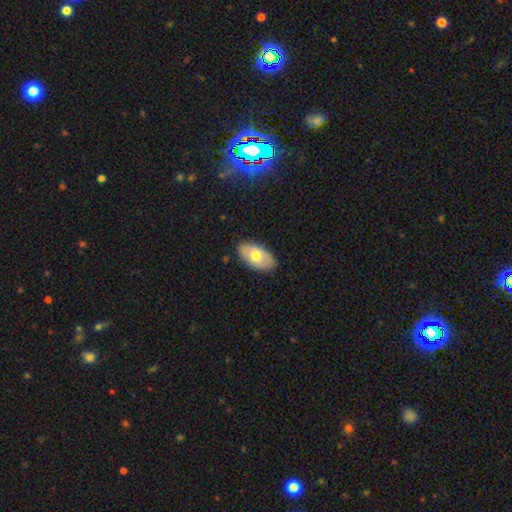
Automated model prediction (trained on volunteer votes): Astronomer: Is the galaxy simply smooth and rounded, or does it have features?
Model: smooth — 69%.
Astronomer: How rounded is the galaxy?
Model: in between — 94%.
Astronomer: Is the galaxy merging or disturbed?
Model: none — 86%.